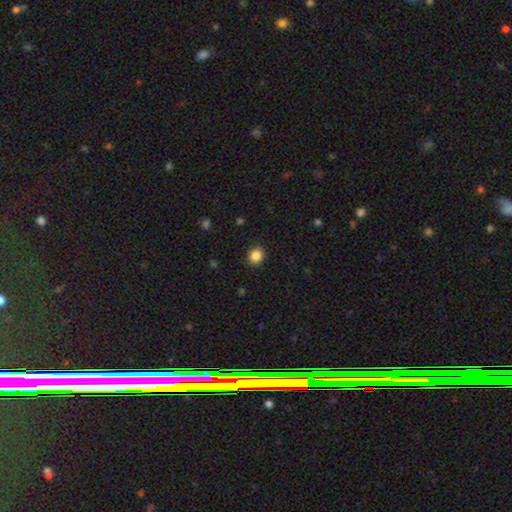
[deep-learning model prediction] Smooth or featured: smooth — 86% (star or artifact — 10%)
How rounded: round — 83% (in between — 16%)
Merging: none — 91% (minor disturbance — 6%)